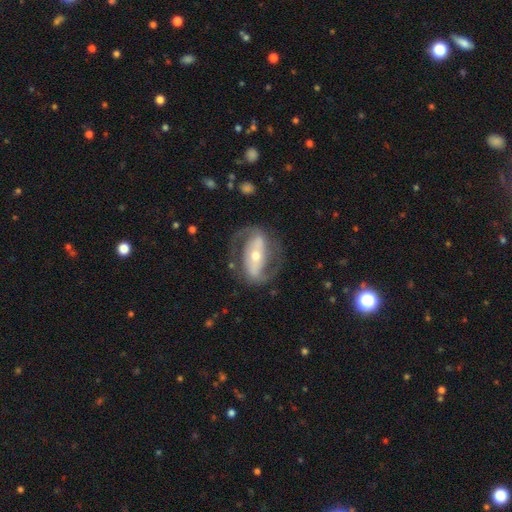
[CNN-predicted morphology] Smooth or featured?
  - featured or disk: 86% *
  - smooth: 10%
  - star or artifact: 5%
Edge-on disk?
  - no: 94% *
  - yes: 6%
Bar?
  - strong: 62% *
  - weak: 21%
  - no: 17%
Spiral arms?
  - yes: 90% *
  - no: 10%
Spiral winding?
  - medium: 51% *
  - tight: 26%
  - loose: 23%
Spiral arm count?
  - 2: 90% *
  - can't tell: 4%
  - 1: 3%
  - 3: 1%
  - 4: 1%
  - more than 4: 1%
Bulge size?
  - moderate: 51% *
  - small: 43%
  - large: 4%
  - dominant: 1%
  - none: 1%
Merging?
  - none: 76% *
  - minor disturbance: 13%
  - major disturbance: 10%
  - merger: 2%